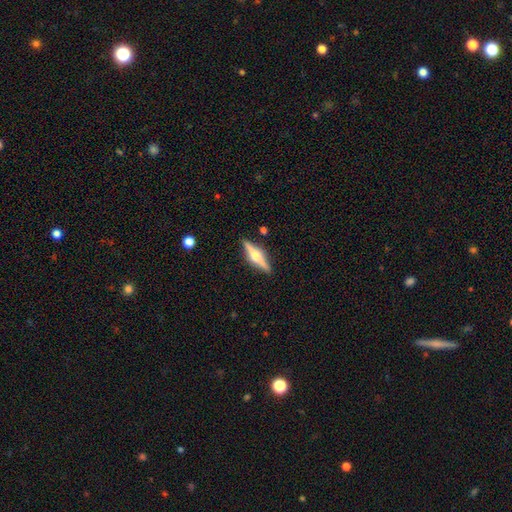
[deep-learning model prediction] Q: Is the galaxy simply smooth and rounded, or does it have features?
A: featured or disk — 71%.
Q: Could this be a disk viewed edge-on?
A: yes — 97%.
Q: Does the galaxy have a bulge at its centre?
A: rounded — 93%.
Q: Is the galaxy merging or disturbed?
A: none — 89%.